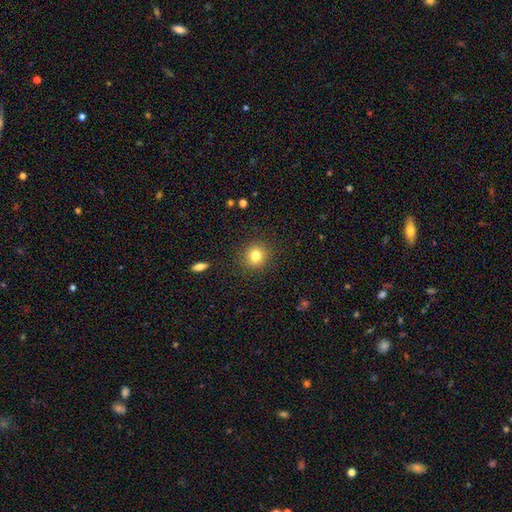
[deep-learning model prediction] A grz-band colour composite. It shows a smooth galaxy with no disk features (81%) that is round (89%). Merging: none (90%).